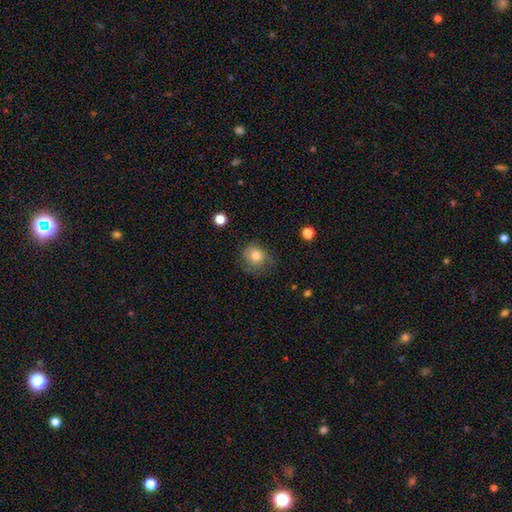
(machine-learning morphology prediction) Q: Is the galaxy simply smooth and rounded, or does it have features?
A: smooth — 61%.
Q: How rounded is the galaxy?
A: round — 79%.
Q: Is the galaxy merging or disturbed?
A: none — 67%.